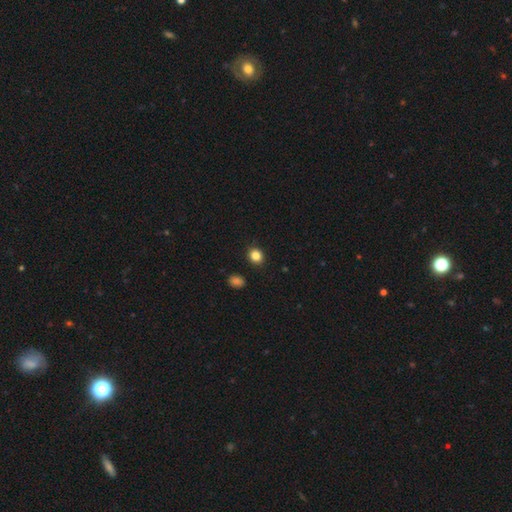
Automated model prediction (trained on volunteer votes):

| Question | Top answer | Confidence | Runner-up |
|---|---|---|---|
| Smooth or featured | smooth | 84% | star or artifact (11%) |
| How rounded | round | 75% | in between (24%) |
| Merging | none | 90% | minor disturbance (6%) |